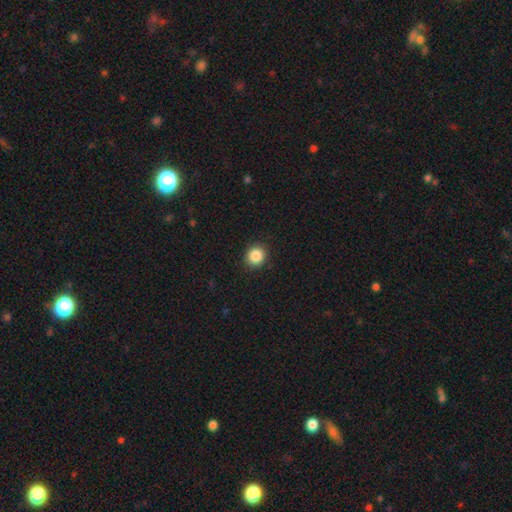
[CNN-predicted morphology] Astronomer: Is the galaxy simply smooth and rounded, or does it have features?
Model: smooth — 87%.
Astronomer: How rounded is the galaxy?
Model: round — 87%.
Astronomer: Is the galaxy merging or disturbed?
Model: none — 91%.